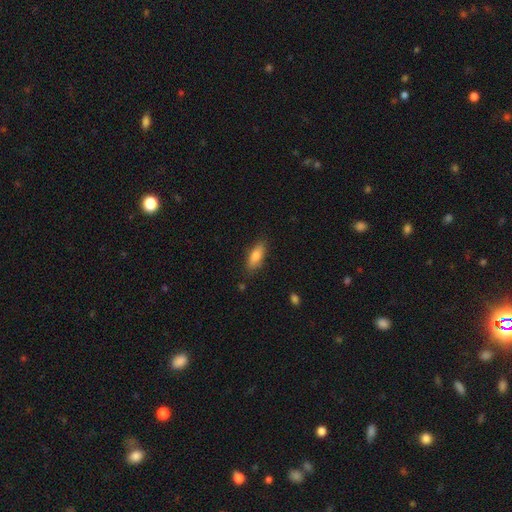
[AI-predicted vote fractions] smooth_or_featured: smooth (p=0.80) [alt: featured or disk p=0.13]
how_rounded: in between (p=0.68) [alt: cigar-shaped p=0.30]
merging: none (p=0.83) [alt: minor disturbance p=0.13]